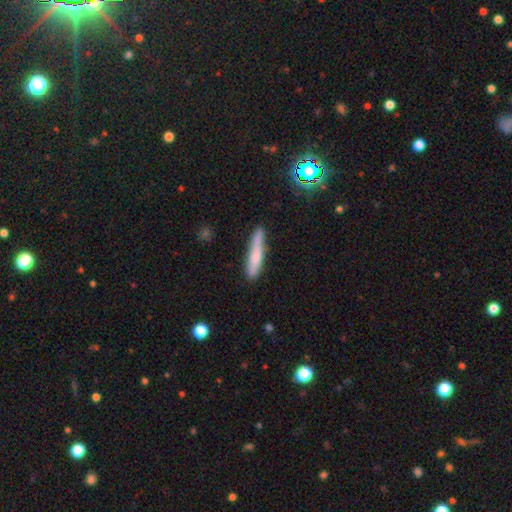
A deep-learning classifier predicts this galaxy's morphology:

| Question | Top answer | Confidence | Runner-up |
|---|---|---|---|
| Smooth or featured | smooth | 69% | featured or disk (23%) |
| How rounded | cigar-shaped | 89% | in between (9%) |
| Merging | none | 73% | minor disturbance (20%) |